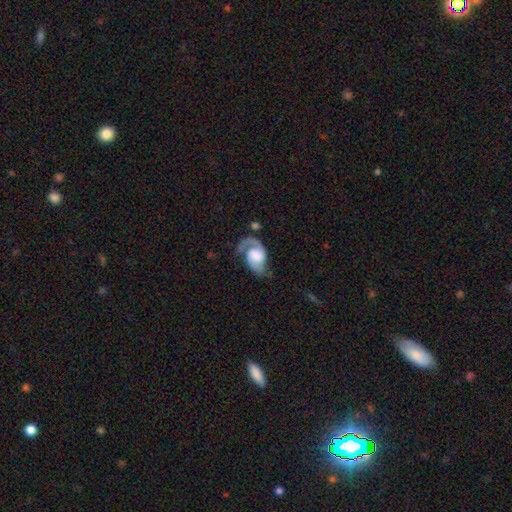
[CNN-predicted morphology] Smooth or featured? Predicted: featured or disk (p=0.77). Edge-on disk? Predicted: no (p=0.98). Bar? Predicted: no (p=0.62). Spiral arms? Predicted: yes (p=0.94). Spiral winding? Predicted: medium (p=0.44). Spiral arm count? Predicted: 2 (p=0.60). Bulge size? Predicted: large (p=0.38). Merging? Predicted: none (p=0.46).